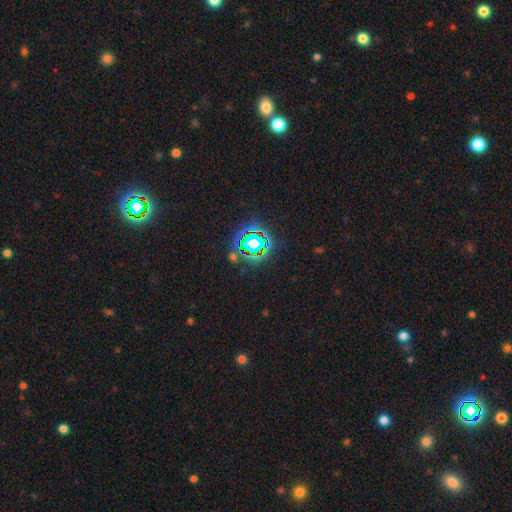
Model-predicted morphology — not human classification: type=star or artifact (80%).